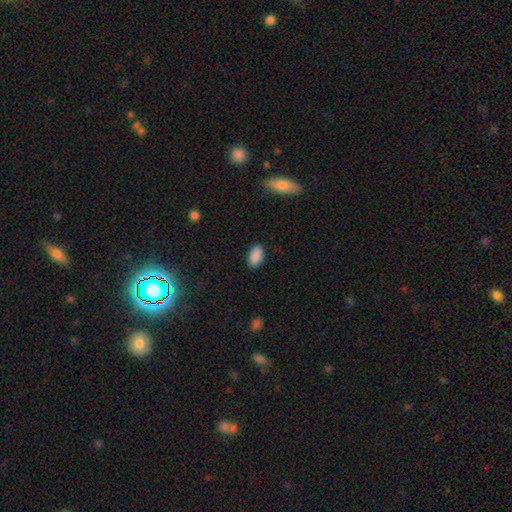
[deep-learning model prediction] This is clearly a smooth galaxy (89%). How rounded: clearly in between (94%). Merging: clearly none (88%).